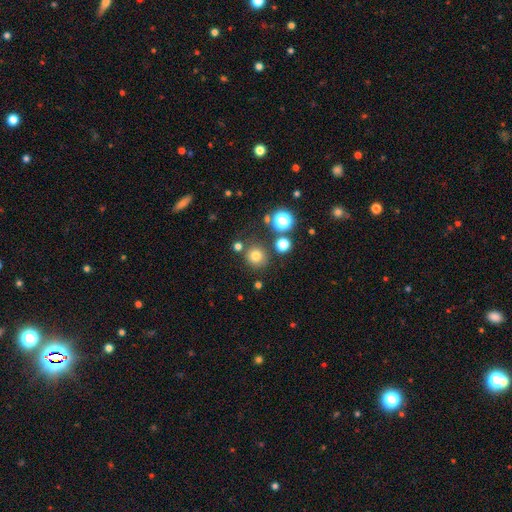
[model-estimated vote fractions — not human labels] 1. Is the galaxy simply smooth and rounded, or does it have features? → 74% smooth, 18% star or artifact, 8% featured or disk.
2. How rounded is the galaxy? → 90% round, 9% in between, 1% cigar-shaped.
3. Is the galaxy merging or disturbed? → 81% none, 9% minor disturbance, 7% merger, 3% major disturbance.